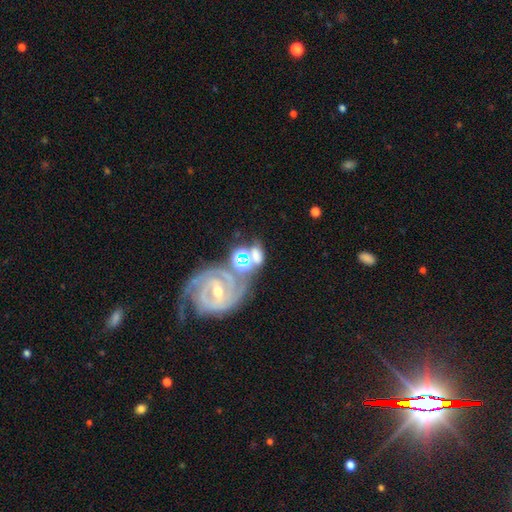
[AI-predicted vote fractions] featured or disk 48%, smooth 34%, star or artifact 19%. Down the decision tree: merging — none (51%).